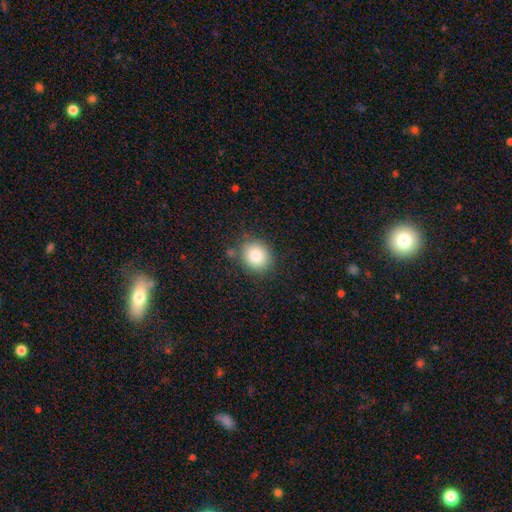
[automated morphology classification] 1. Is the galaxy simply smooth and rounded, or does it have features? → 84% smooth, 9% star or artifact, 7% featured or disk.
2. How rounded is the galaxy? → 76% round, 23% in between, 1% cigar-shaped.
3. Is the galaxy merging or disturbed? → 81% none, 12% minor disturbance, 3% major disturbance, 3% merger.